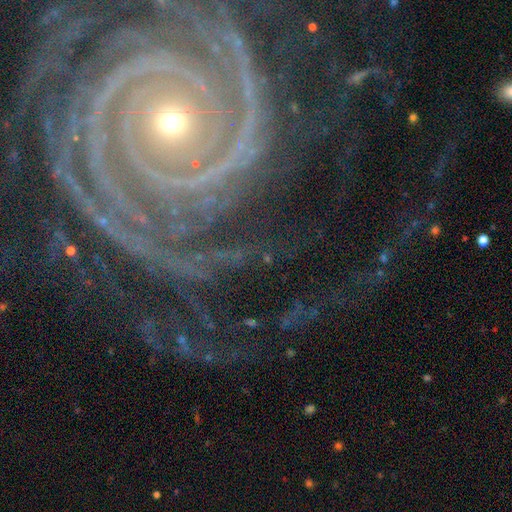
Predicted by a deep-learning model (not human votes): Q: Smooth or featured?
A: featured or disk (91%); runner-up: star or artifact (7%)
Q: Edge-on disk?
A: no (97%); runner-up: yes (3%)
Q: Bar?
A: no (71%); runner-up: strong (16%)
Q: Spiral arms?
A: yes (99%); runner-up: no (1%)
Q: Spiral winding?
A: tight (85%); runner-up: medium (13%)
Q: Spiral arm count?
A: 3 (21%); runner-up: 2 (20%)
Q: Bulge size?
A: small (63%); runner-up: moderate (34%)
Q: Merging?
A: none (73%); runner-up: minor disturbance (14%)